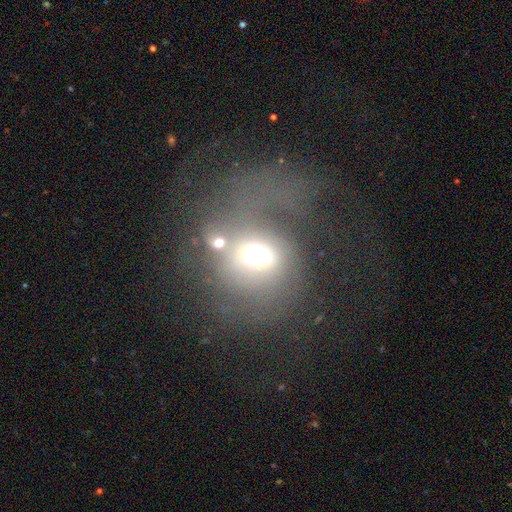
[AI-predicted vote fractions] Q: Smooth or featured?
A: smooth (50%); runner-up: featured or disk (31%)
Q: How rounded?
A: round (57%); runner-up: in between (41%)
Q: Merging?
A: major disturbance (34%); runner-up: merger (27%)